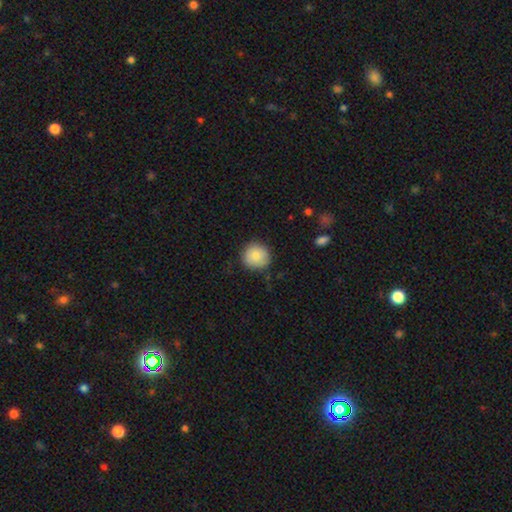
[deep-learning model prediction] Smooth or featured? smooth (82%)
How rounded? round (93%)
Merging? none (84%)